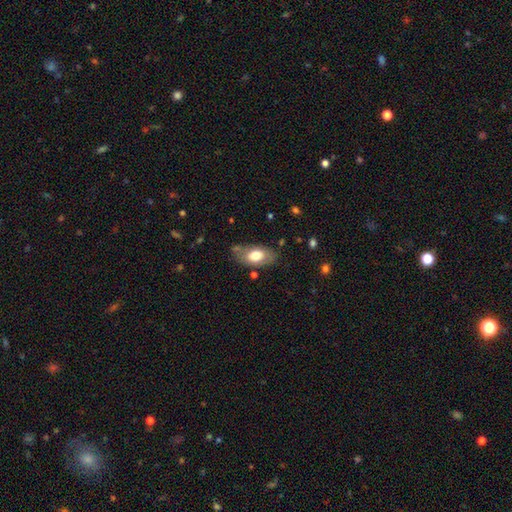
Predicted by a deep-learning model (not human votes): smooth 71%, featured or disk 23%, star or artifact 6%. Down the decision tree: how rounded — in between (92%); merging — none (73%).